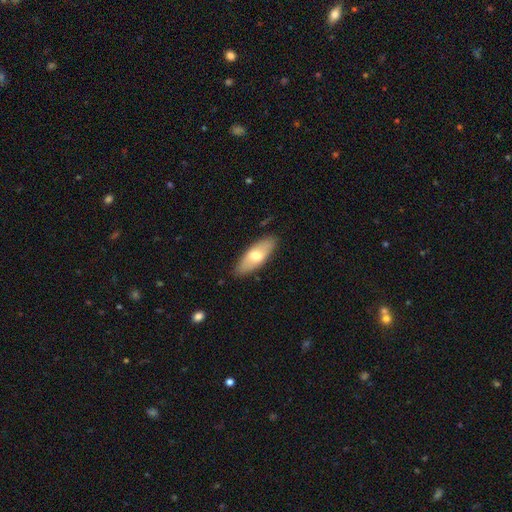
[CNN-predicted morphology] smooth_or_featured: smooth (p=0.63) [alt: featured or disk p=0.32]
how_rounded: in between (p=0.75) [alt: cigar-shaped p=0.23]
merging: none (p=0.86) [alt: minor disturbance p=0.11]